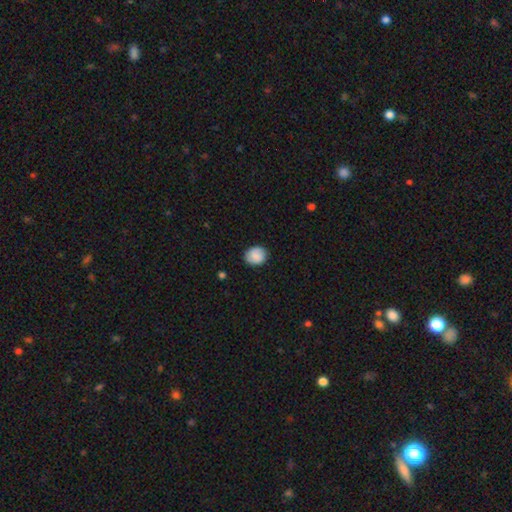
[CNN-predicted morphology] Smooth or featured?
  - smooth: 87% *
  - star or artifact: 7%
  - featured or disk: 6%
How rounded?
  - round: 66% *
  - in between: 33%
  - cigar-shaped: 1%
Merging?
  - none: 86% *
  - minor disturbance: 10%
  - major disturbance: 2%
  - merger: 1%